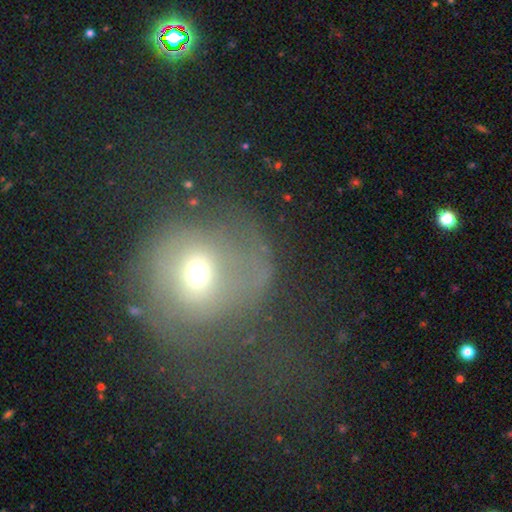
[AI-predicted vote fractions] A featured or disk galaxy (43%). Merging: major disturbance (41%).